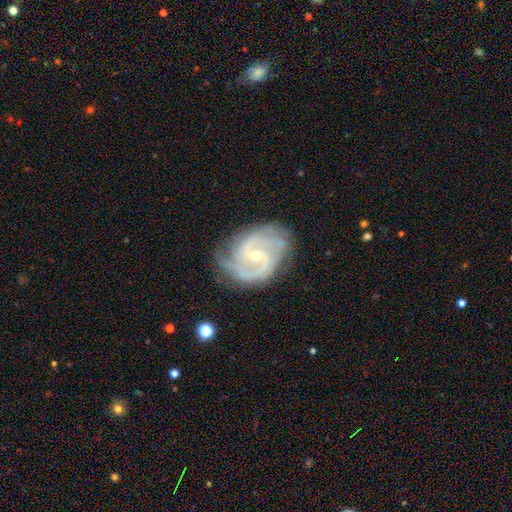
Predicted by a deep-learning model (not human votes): Smooth or featured: featured or disk — 90% (star or artifact — 5%)
Edge-on disk: no — 98% (yes — 2%)
Bar: weak — 51% (no — 32%)
Spiral arms: yes — 98% (no — 2%)
Spiral winding: medium — 50% (tight — 37%)
Spiral arm count: 2 — 66% (3 — 13%)
Bulge size: small — 65% (moderate — 32%)
Merging: none — 70% (minor disturbance — 20%)